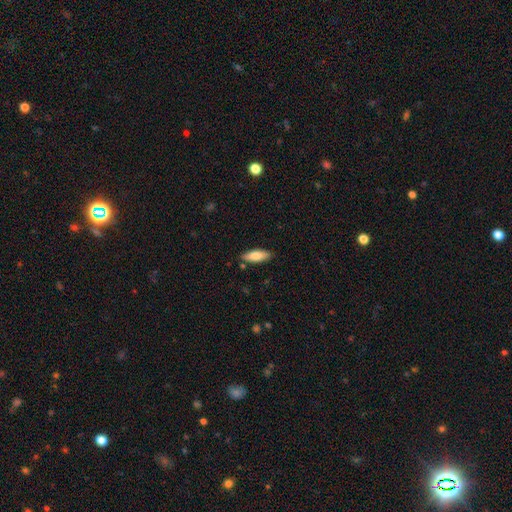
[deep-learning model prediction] Q: Smooth or featured?
A: smooth (78%); runner-up: featured or disk (16%)
Q: How rounded?
A: in between (67%); runner-up: cigar-shaped (31%)
Q: Merging?
A: none (86%); runner-up: minor disturbance (10%)